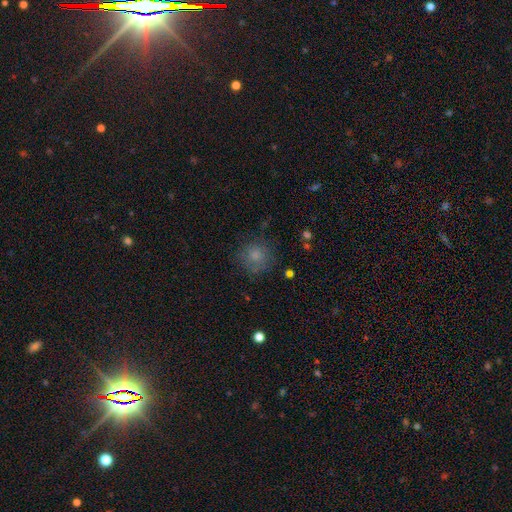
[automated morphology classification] The model was most divided on "merging": none: 74%, minor disturbance: 17%, major disturbance: 8%, merger: 2%. More confident: how rounded — round (90%); smooth or featured — smooth (77%).